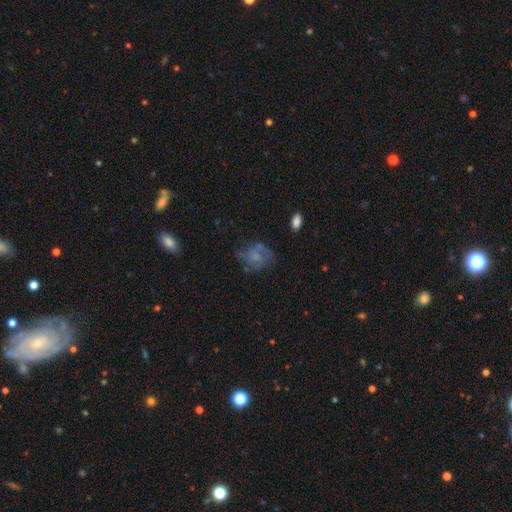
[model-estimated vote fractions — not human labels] Smooth or featured? Predicted: featured or disk (p=0.50). Merging? Predicted: none (p=0.47).